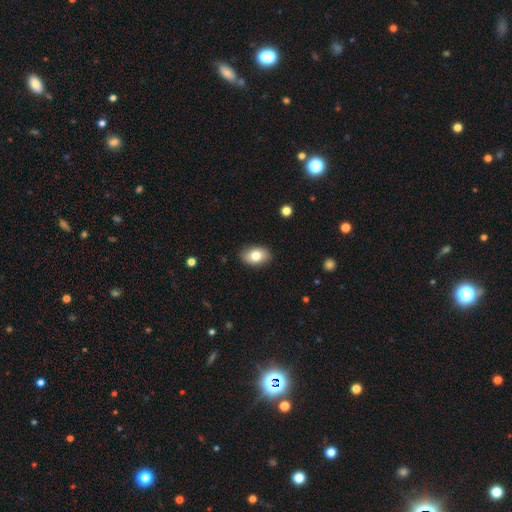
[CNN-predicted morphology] smooth-or-featured: smooth: 80% | featured or disk: 12% | star or artifact: 8%
  how-rounded: in between: 85% | round: 14% | cigar-shaped: 1%
  merging: none: 88% | minor disturbance: 9% | major disturbance: 2% | merger: 1%